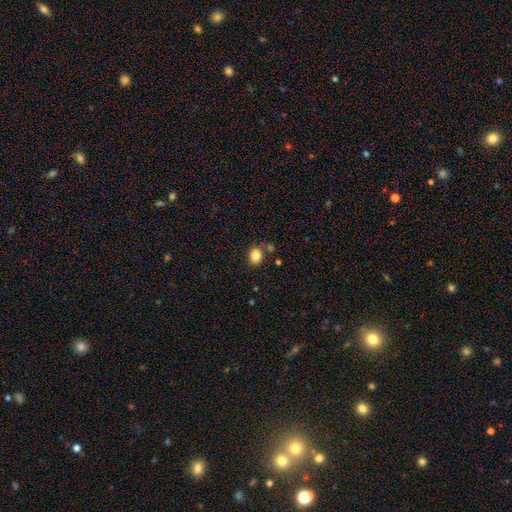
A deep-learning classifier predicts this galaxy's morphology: This appears to be a smooth galaxy with no disk features (85%) that is in between round and cigar-shaped (50%, tied with round). Merging: none (73%).